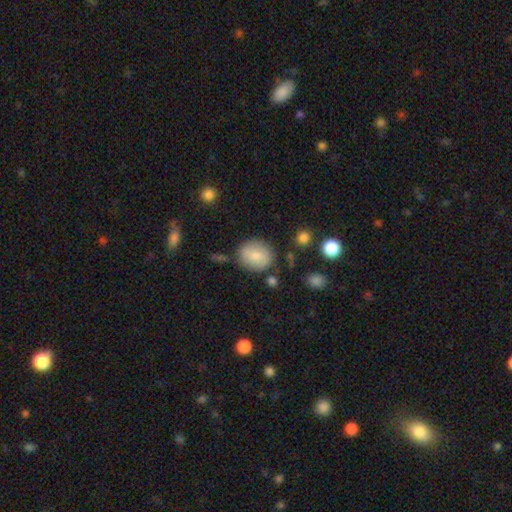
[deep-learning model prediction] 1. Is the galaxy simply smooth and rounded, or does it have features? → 82% smooth, 10% featured or disk, 7% star or artifact.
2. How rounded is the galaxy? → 73% round, 26% in between, 1% cigar-shaped.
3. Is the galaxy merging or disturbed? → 78% none, 14% minor disturbance, 4% merger, 4% major disturbance.